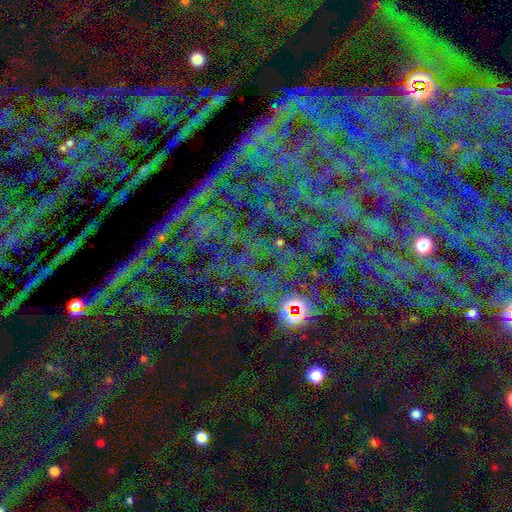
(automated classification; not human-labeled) This is clearly a star or artifact rather than a galaxy (82%).